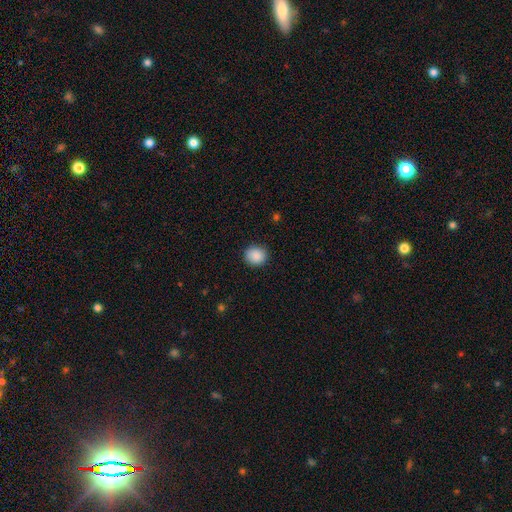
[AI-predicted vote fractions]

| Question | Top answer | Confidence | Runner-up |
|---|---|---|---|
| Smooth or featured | smooth | 89% | star or artifact (8%) |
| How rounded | round | 85% | in between (14%) |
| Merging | none | 89% | minor disturbance (8%) |